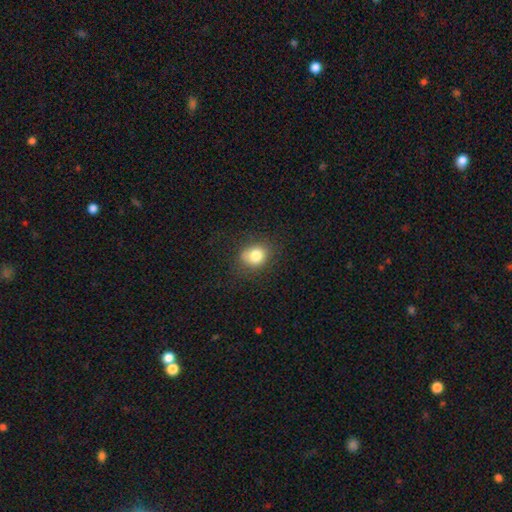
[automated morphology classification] Q: Smooth or featured?
A: smooth (81%); runner-up: star or artifact (11%)
Q: How rounded?
A: round (57%); runner-up: in between (42%)
Q: Merging?
A: none (73%); runner-up: minor disturbance (19%)